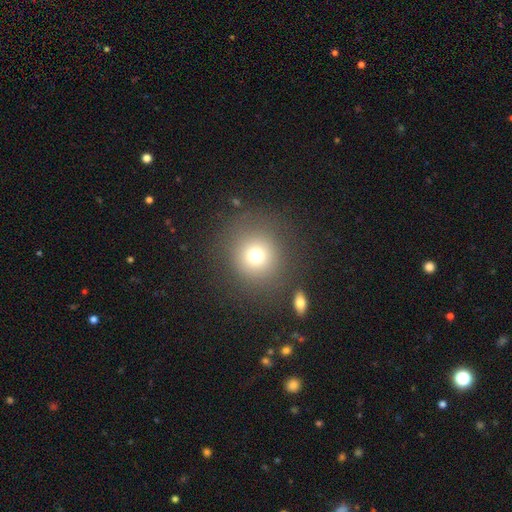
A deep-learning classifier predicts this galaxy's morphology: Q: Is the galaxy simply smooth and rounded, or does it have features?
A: smooth — 73%.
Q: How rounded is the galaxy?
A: round — 89%.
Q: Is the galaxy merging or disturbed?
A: none — 80%.